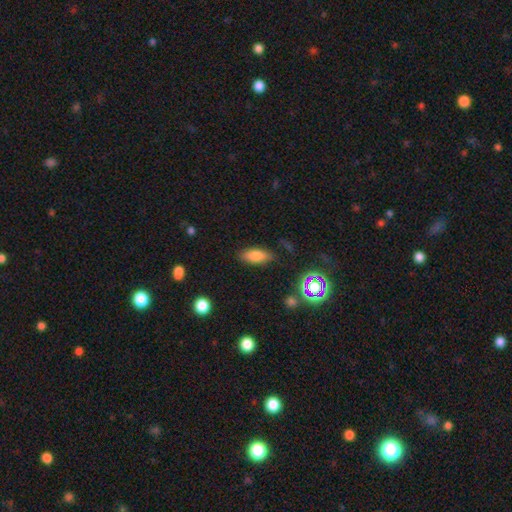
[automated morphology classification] Smooth or featured?
  - smooth: 78% *
  - star or artifact: 12%
  - featured or disk: 11%
How rounded?
  - in between: 79% *
  - cigar-shaped: 18%
  - round: 3%
Merging?
  - none: 82% *
  - minor disturbance: 13%
  - major disturbance: 4%
  - merger: 2%